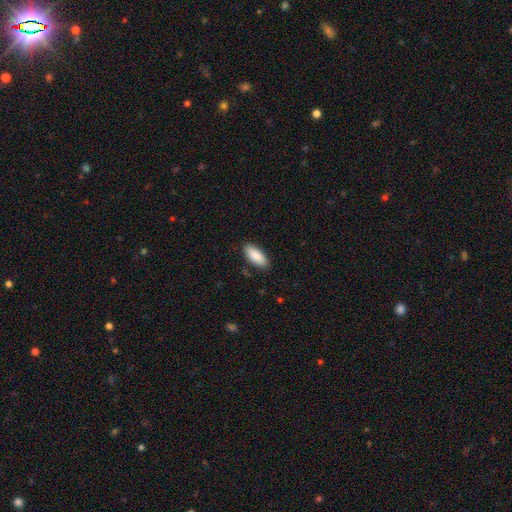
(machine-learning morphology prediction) The model was most divided on "how rounded": in between: 84%, cigar-shaped: 14%, round: 2%. More confident: smooth or featured — smooth (87%); merging — none (86%).